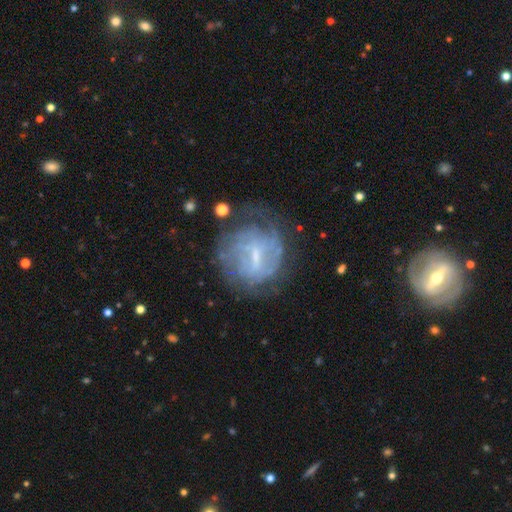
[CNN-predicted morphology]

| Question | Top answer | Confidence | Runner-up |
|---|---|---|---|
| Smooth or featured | featured or disk | 69% | smooth (21%) |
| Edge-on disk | no | 97% | yes (3%) |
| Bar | weak | 56% | no (25%) |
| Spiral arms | yes | 66% | no (34%) |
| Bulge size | small | 52% | moderate (24%) |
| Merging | none | 58% | minor disturbance (21%) |